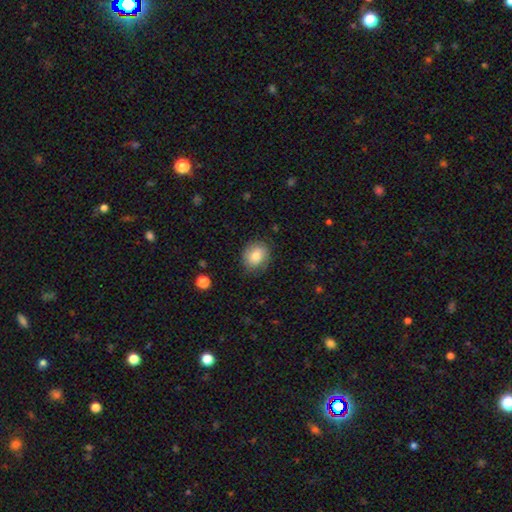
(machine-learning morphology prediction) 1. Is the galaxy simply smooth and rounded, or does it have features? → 78% smooth, 14% featured or disk, 8% star or artifact.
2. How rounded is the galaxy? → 63% round, 36% in between, 1% cigar-shaped.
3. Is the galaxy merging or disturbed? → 77% none, 17% minor disturbance, 5% major disturbance, 1% merger.